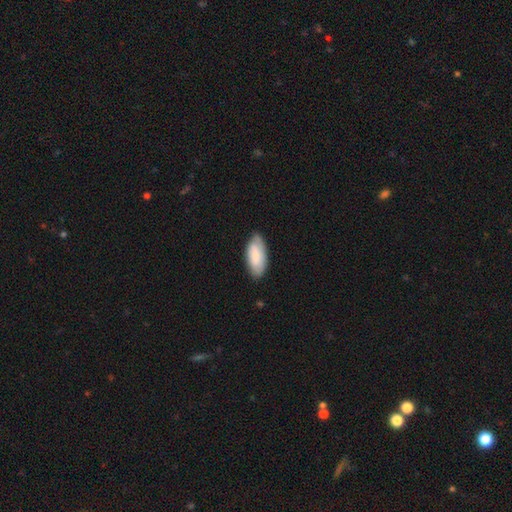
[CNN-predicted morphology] A smooth galaxy with no disk features (78%) that is in between round and cigar-shaped (90%). Merging: none (75%).